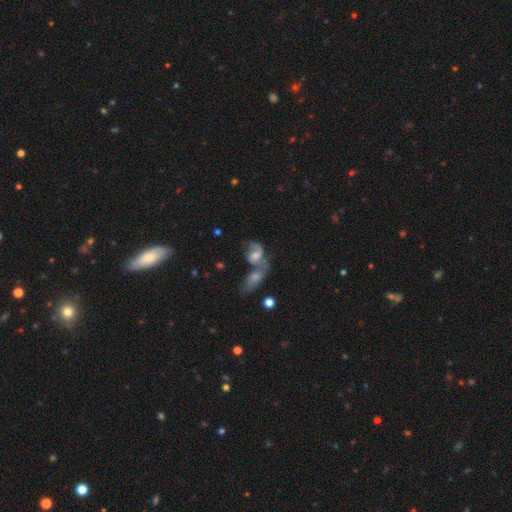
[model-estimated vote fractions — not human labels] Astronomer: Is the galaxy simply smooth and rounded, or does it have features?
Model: featured or disk — 52% (runner-up: smooth, 37%).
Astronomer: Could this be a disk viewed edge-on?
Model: no — 93%.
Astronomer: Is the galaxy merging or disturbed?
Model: merger — 57%.